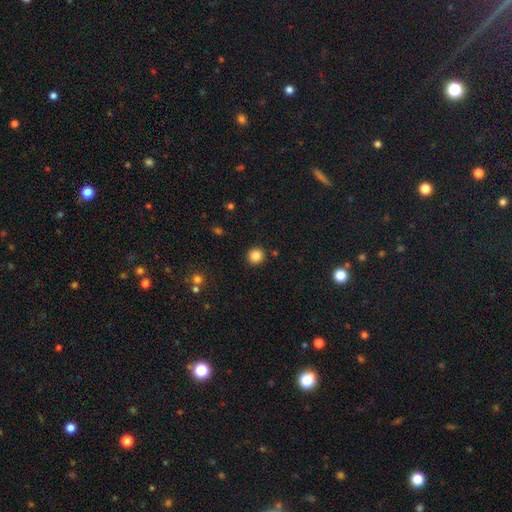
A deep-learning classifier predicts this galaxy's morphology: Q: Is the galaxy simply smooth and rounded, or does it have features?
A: smooth — 85%.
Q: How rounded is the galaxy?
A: round — 93%.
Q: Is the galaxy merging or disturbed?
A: none — 91%.